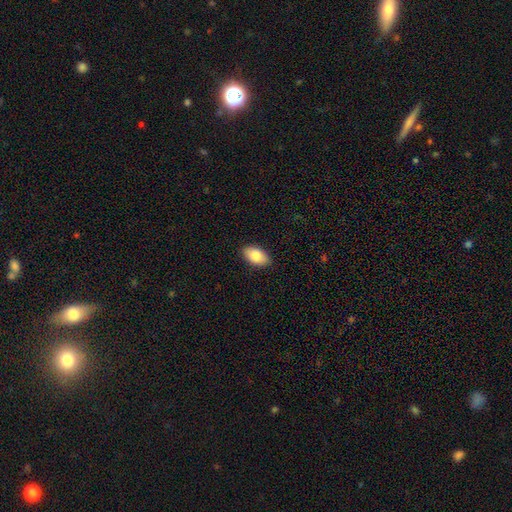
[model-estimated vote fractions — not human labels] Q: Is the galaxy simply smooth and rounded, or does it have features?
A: smooth — 84%.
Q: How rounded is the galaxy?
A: in between — 94%.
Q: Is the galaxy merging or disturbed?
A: none — 89%.